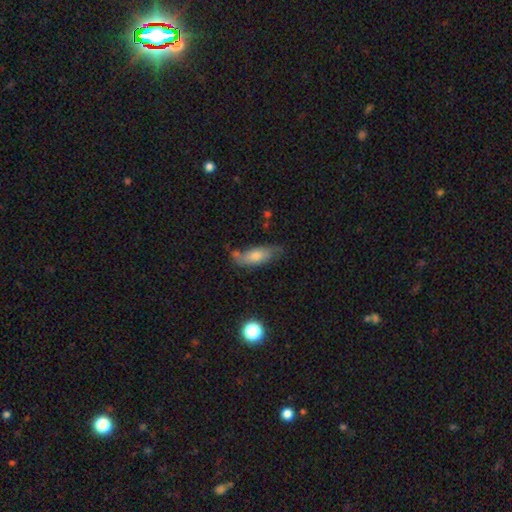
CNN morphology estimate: smooth-or-featured: smooth: 59% | featured or disk: 32% | star or artifact: 8%
  how-rounded: in between: 69% | cigar-shaped: 27% | round: 4%
  merging: none: 59% | minor disturbance: 26% | major disturbance: 8% | merger: 7%